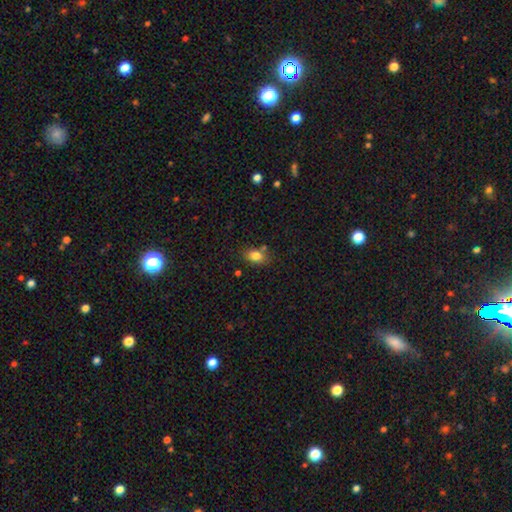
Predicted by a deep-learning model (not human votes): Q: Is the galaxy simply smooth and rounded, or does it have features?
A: smooth — 81%.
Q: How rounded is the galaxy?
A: in between — 79%.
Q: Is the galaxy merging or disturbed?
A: none — 73%.